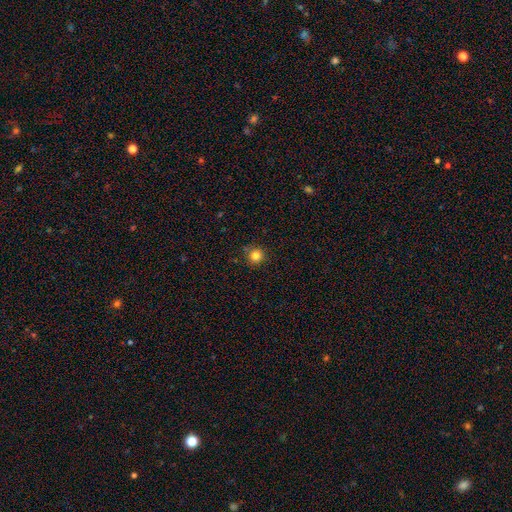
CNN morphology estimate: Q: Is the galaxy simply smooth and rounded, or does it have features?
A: smooth — 82%.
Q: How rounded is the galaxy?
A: round — 94%.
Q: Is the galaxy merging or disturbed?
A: none — 86%.